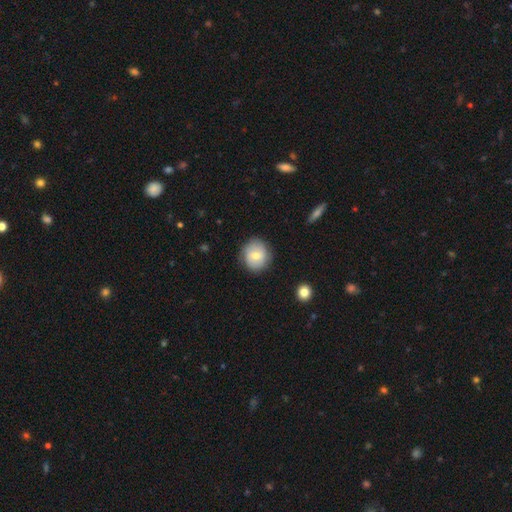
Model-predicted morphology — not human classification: This appears to be a smooth galaxy with no disk features (65%) that is round (83%). Merging: none (80%).